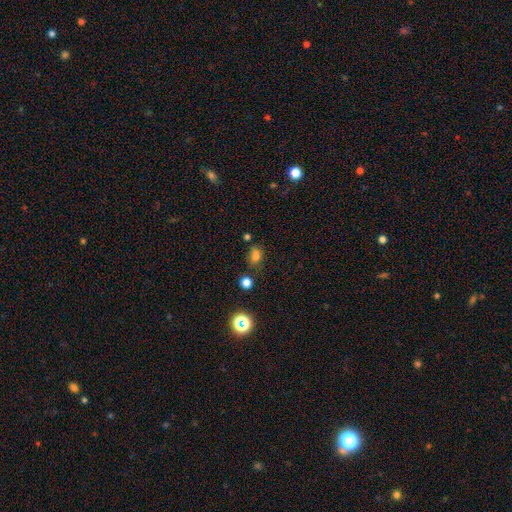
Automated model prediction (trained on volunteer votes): Morphology: type=smooth (67%); roundness=in between (60%); merging=none (59%).